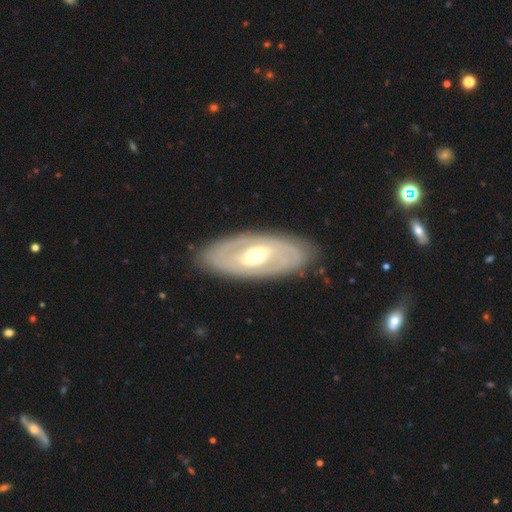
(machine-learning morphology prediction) smooth_or_featured: featured or disk (p=0.75) [alt: smooth p=0.21]
disk_edge_on: no (p=0.89) [alt: yes p=0.11]
bar: weak (p=0.38) [alt: no p=0.37]
has_spiral_arms: yes (p=0.55) [alt: no p=0.45]
bulge_size: moderate (p=0.70) [alt: small p=0.19]
merging: none (p=0.84) [alt: minor disturbance p=0.11]